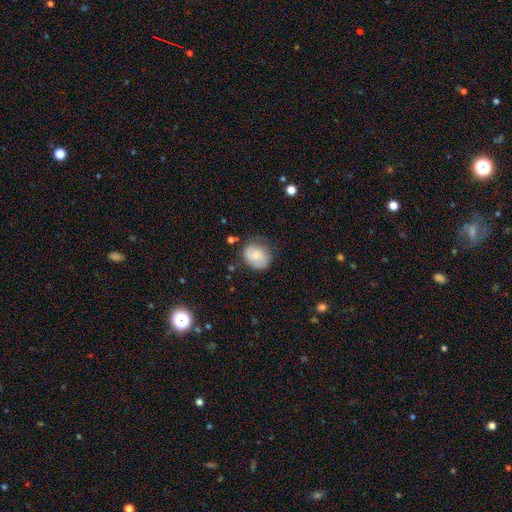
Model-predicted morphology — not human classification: smooth 60%, featured or disk 32%, star or artifact 8%. Down the decision tree: how rounded — round (56%); merging — none (64%).